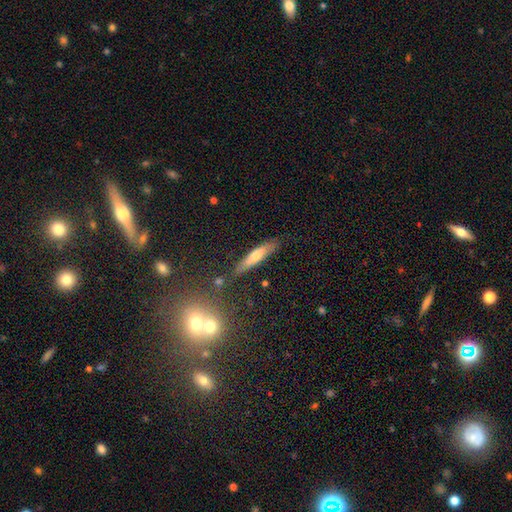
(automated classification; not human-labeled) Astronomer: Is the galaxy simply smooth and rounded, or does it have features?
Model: smooth — 51% (runner-up: featured or disk, 41%).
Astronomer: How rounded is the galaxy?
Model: cigar-shaped — 83%.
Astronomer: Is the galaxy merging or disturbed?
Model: none — 79%.